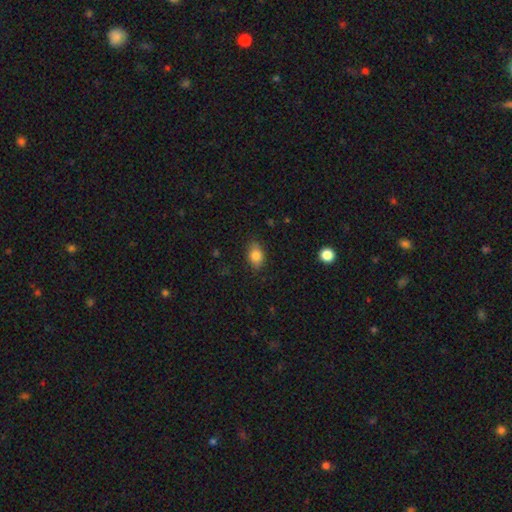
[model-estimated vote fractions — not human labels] smooth_or_featured: smooth (p=0.82) [alt: featured or disk p=0.09]
how_rounded: in between (p=0.76) [alt: round p=0.23]
merging: none (p=0.80) [alt: minor disturbance p=0.16]